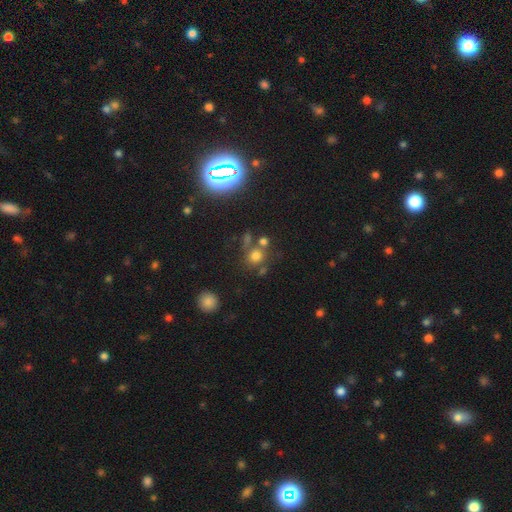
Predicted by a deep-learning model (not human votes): Smooth or featured? Predicted: smooth (p=0.69). How rounded? Predicted: round (p=0.83). Merging? Predicted: none (p=0.58).